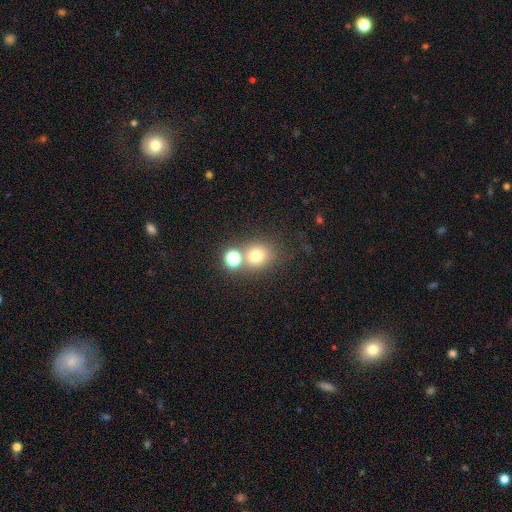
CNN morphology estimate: Overall: smooth (72%). How rounded: round (80%). Merging: none (62%; merger 25%).